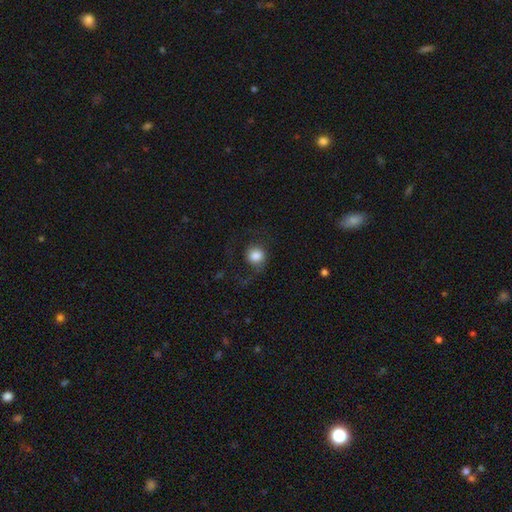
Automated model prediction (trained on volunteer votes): This appears to be a smooth galaxy with no disk features (76%) that is round (86%). Merging: none (56%).